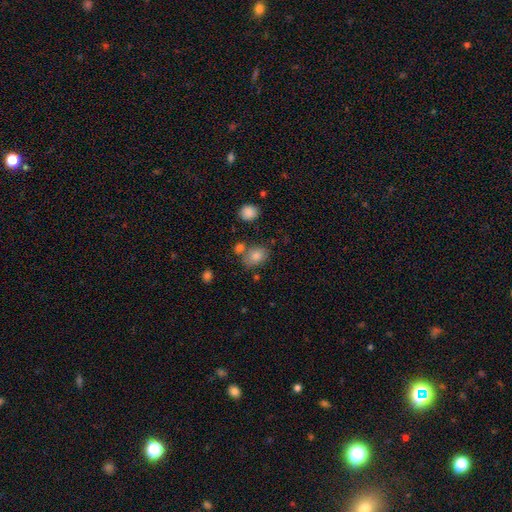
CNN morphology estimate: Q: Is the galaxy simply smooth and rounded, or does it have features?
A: smooth — 82%.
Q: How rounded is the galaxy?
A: in between — 67%.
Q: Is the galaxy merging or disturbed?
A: none — 63%.